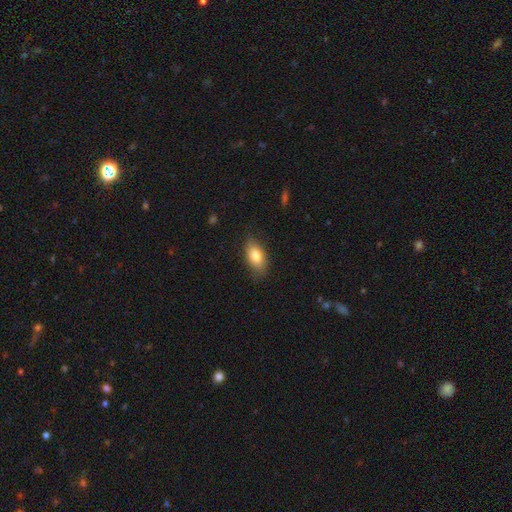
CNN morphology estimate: The model was most divided on "merging": none: 80%, minor disturbance: 16%, major disturbance: 3%, merger: 1%. More confident: how rounded — in between (89%); smooth or featured — smooth (80%).